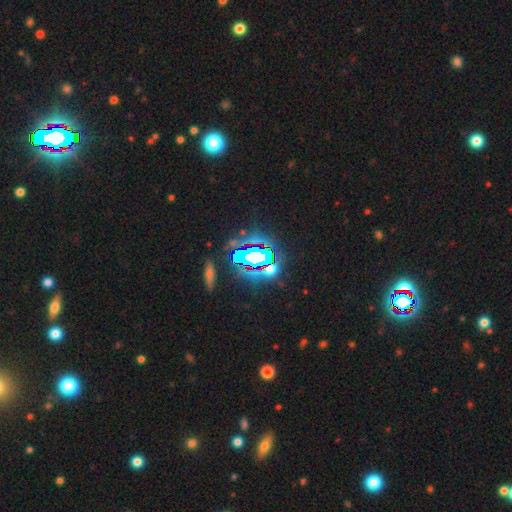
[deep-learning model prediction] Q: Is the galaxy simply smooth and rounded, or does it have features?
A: star or artifact — 77%.